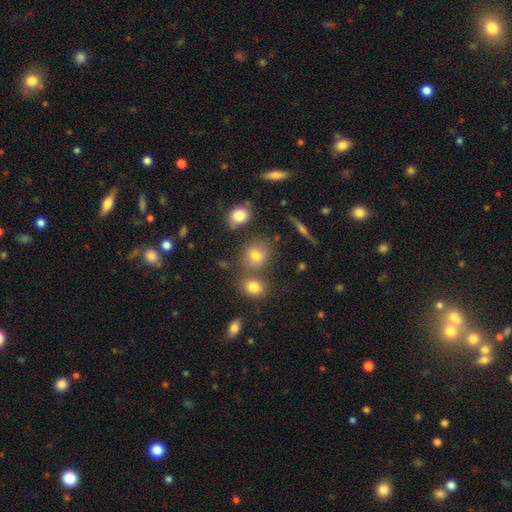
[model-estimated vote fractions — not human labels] A smooth galaxy with no disk features (71%) that is round (64%).

Vote fractions:
- Smooth or featured? smooth: 71% / star or artifact: 15% / featured or disk: 14%
- How rounded? round: 64% / in between: 35% / cigar-shaped: 2%
- Merging? none: 64% / merger: 18% / minor disturbance: 13% / major disturbance: 5%